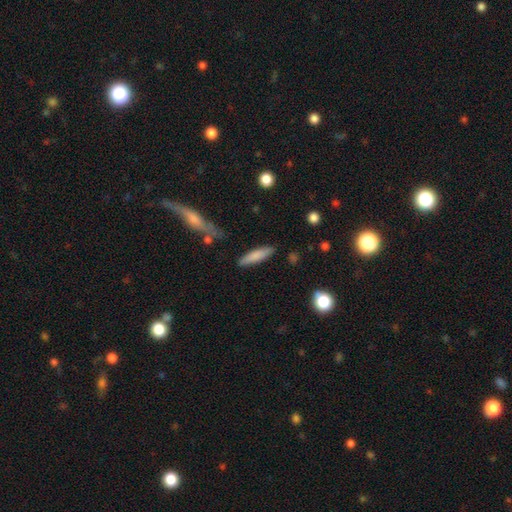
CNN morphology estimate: smooth-or-featured: smooth: 81% | featured or disk: 13% | star or artifact: 6%
  how-rounded: cigar-shaped: 75% | in between: 24% | round: 1%
  merging: none: 84% | minor disturbance: 10% | merger: 3% | major disturbance: 3%